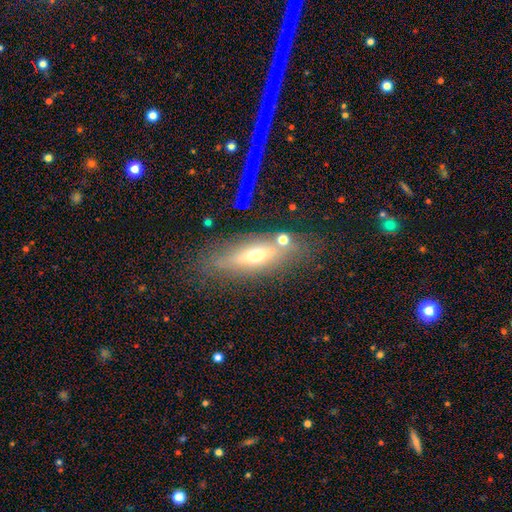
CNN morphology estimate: Smooth or featured? Predicted: featured or disk (p=0.52). Edge-on disk? Predicted: yes (p=0.70). Merging? Predicted: none (p=0.67).